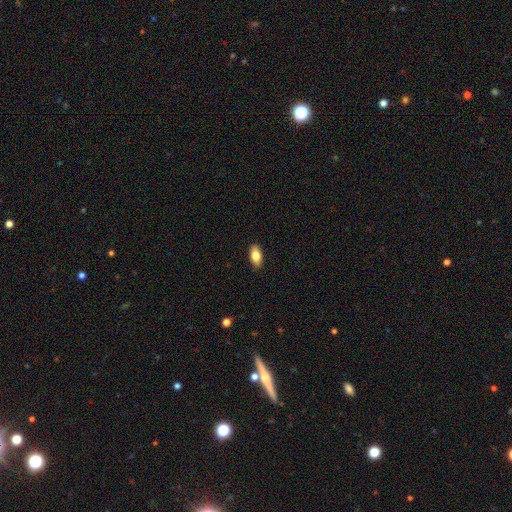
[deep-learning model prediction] smooth 79%, featured or disk 14%, star or artifact 7%. Down the decision tree: how rounded — in between (89%); merging — none (89%).